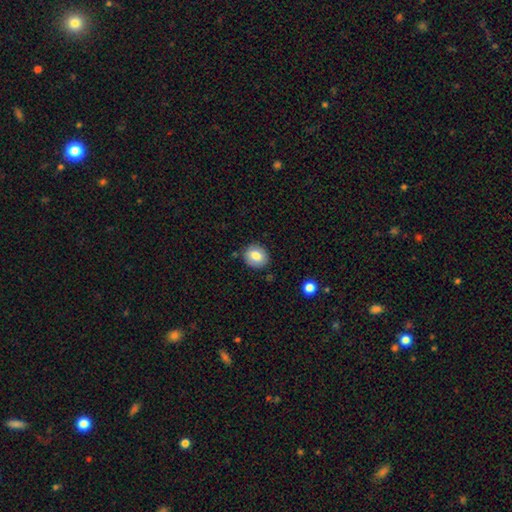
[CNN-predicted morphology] type=smooth (81%); roundness=round (64%); merging=none (85%).